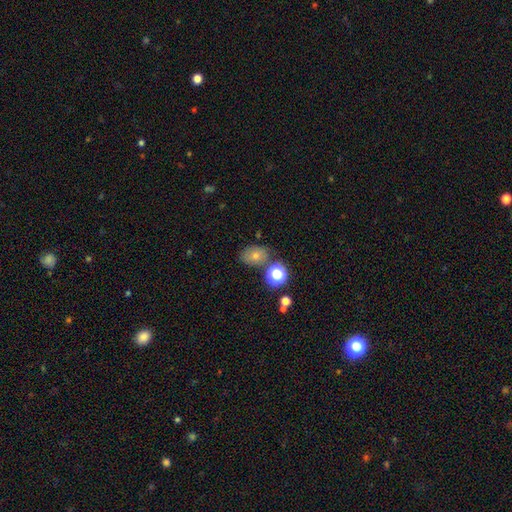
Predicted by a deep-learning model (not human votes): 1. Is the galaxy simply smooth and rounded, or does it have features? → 69% smooth, 16% star or artifact, 15% featured or disk.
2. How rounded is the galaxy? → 65% in between, 34% round, 1% cigar-shaped.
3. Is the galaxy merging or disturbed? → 69% none, 16% minor disturbance, 9% merger, 5% major disturbance.